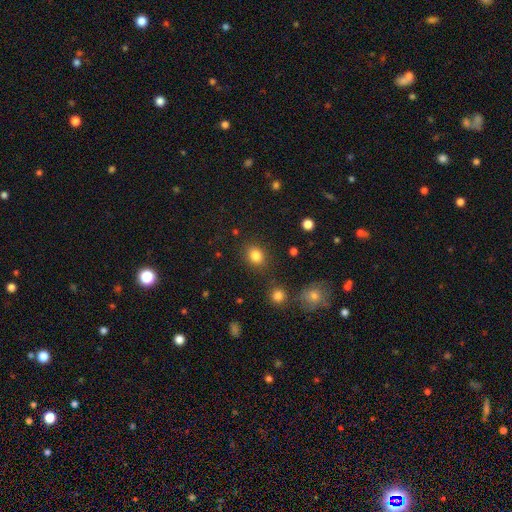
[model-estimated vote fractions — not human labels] Morphology: type=smooth (84%); roundness=round (56%); merging=none (82%).